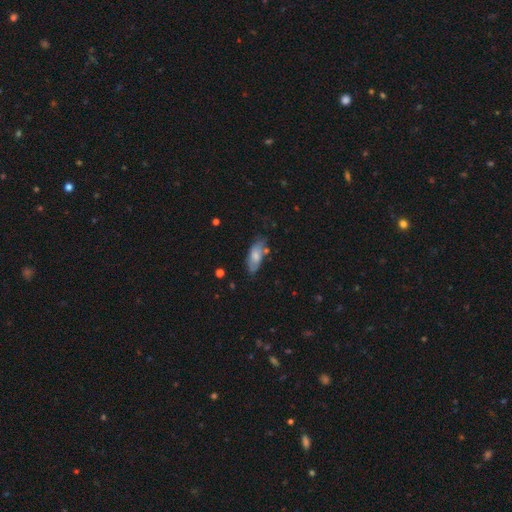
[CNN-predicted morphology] Smooth or featured: smooth — 66% (featured or disk — 27%)
How rounded: in between — 80% (cigar-shaped — 18%)
Merging: none — 61% (minor disturbance — 26%)